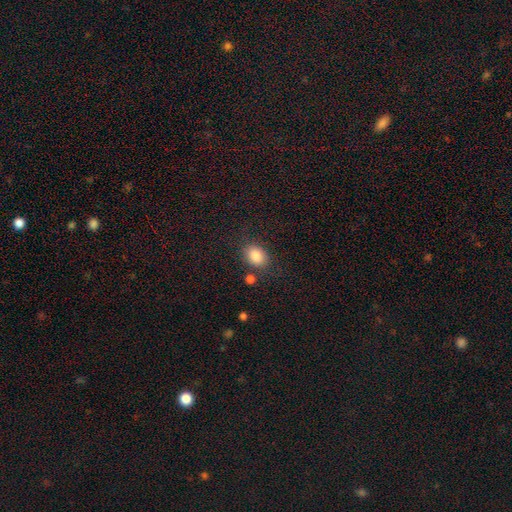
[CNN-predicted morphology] smooth_or_featured: smooth (p=0.86) [alt: star or artifact p=0.09]
how_rounded: in between (p=0.68) [alt: round p=0.31]
merging: none (p=0.75) [alt: minor disturbance p=0.14]